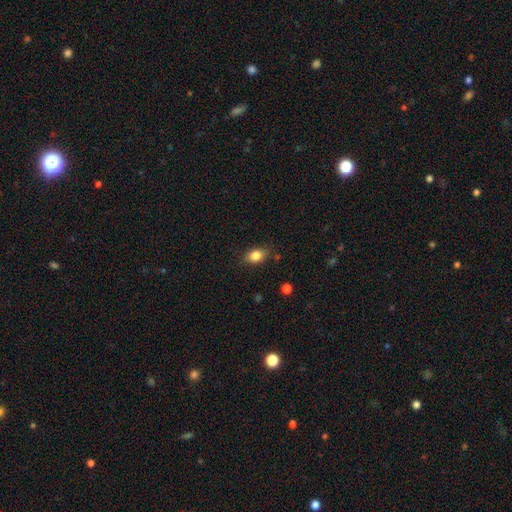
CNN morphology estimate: The model was most divided on "how rounded": in between: 75%, round: 23%, cigar-shaped: 2%. More confident: smooth or featured — smooth (83%); merging — none (81%).